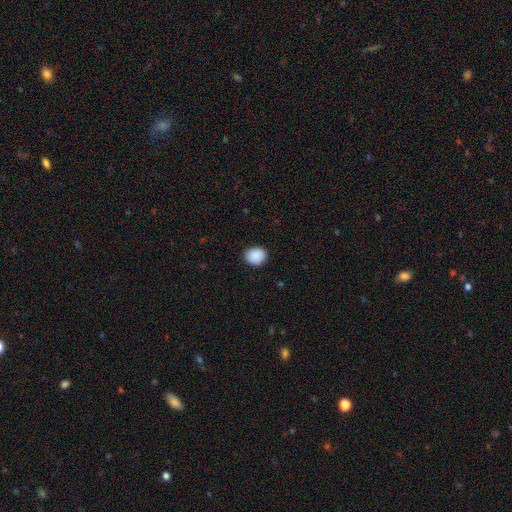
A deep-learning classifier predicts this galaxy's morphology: Q: Smooth or featured?
A: smooth (90%); runner-up: star or artifact (8%)
Q: How rounded?
A: round (64%); runner-up: in between (35%)
Q: Merging?
A: none (89%); runner-up: minor disturbance (8%)